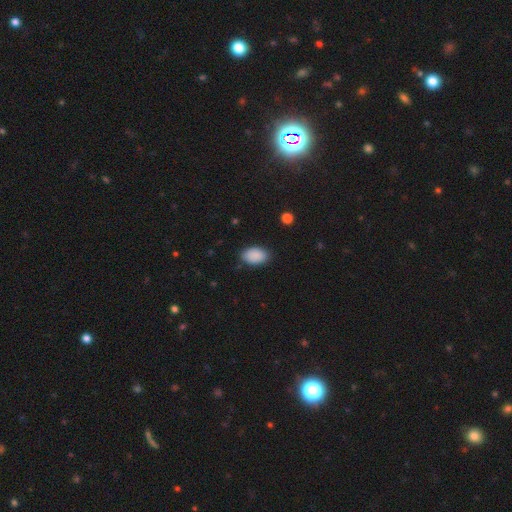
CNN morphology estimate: This is clearly a smooth galaxy (89%). How rounded: clearly in between (92%). Merging: clearly none (86%).